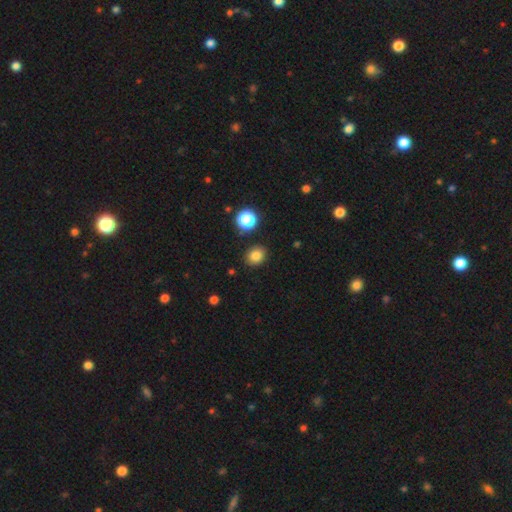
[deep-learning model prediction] This is clearly a smooth galaxy (81%). How rounded: likely round (66%). Merging: clearly none (87%).